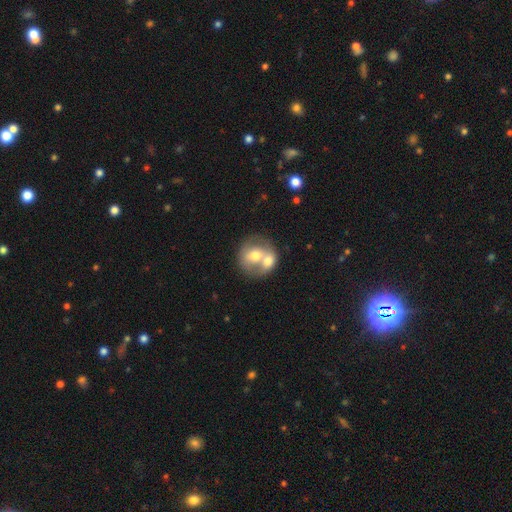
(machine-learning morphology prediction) Smooth or featured: smooth — 60% (featured or disk — 33%)
How rounded: round — 69% (in between — 30%)
Merging: merger — 65% (none — 24%)